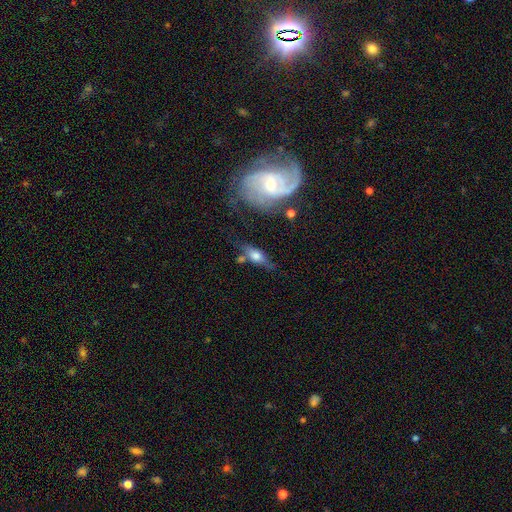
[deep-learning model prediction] Smooth or featured: smooth — 52% (featured or disk — 39%)
How rounded: in between — 65% (cigar-shaped — 28%)
Merging: none — 56% (minor disturbance — 23%)